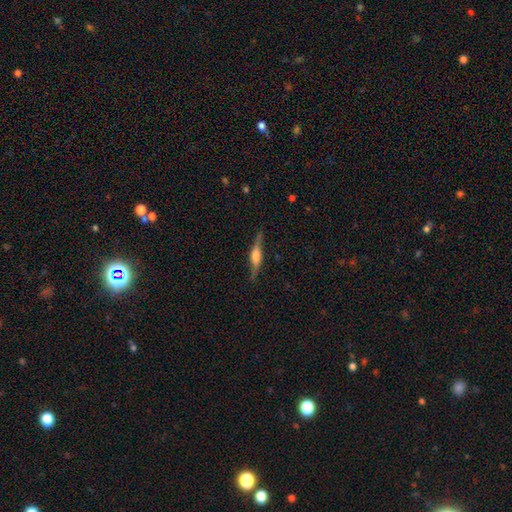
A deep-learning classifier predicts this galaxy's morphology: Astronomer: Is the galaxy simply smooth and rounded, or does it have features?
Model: featured or disk — 71%.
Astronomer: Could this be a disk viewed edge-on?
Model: yes — 90%.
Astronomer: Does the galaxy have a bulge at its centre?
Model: rounded — 64%.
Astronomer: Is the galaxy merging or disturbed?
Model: none — 79%.